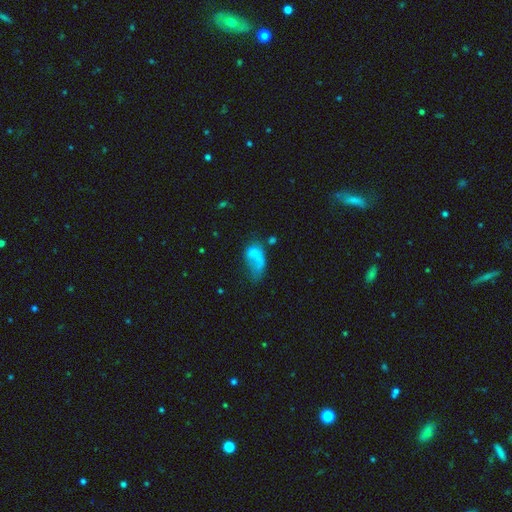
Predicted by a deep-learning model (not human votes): This appears to be a smooth galaxy with no disk features (59%) that is in between round and cigar-shaped (87%). Merging: major disturbance (46%).